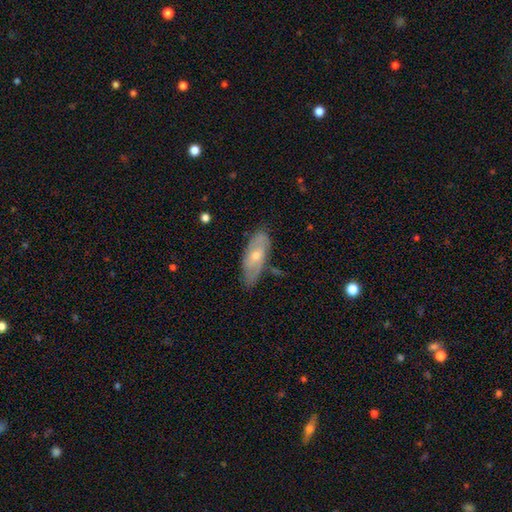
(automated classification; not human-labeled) Smooth or featured?
  - featured or disk: 55% *
  - smooth: 37%
  - star or artifact: 7%
Edge-on disk?
  - no: 80% *
  - yes: 20%
Merging?
  - none: 73% *
  - minor disturbance: 20%
  - major disturbance: 4%
  - merger: 2%